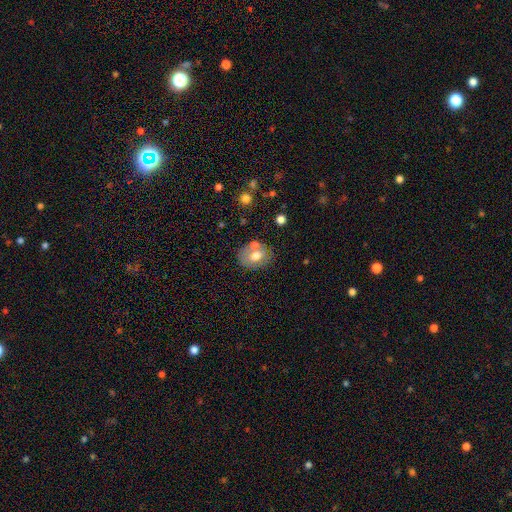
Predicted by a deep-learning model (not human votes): This appears to be a smooth galaxy with no disk features (67%) that is in between round and cigar-shaped (57%). Merging: none (60%).